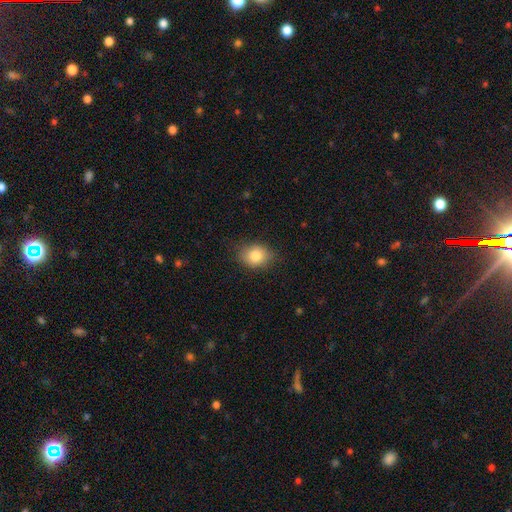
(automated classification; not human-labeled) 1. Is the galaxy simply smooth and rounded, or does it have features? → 83% smooth, 9% star or artifact, 8% featured or disk.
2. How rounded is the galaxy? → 54% in between, 45% round, 1% cigar-shaped.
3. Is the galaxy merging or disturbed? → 81% none, 14% minor disturbance, 3% major disturbance, 1% merger.